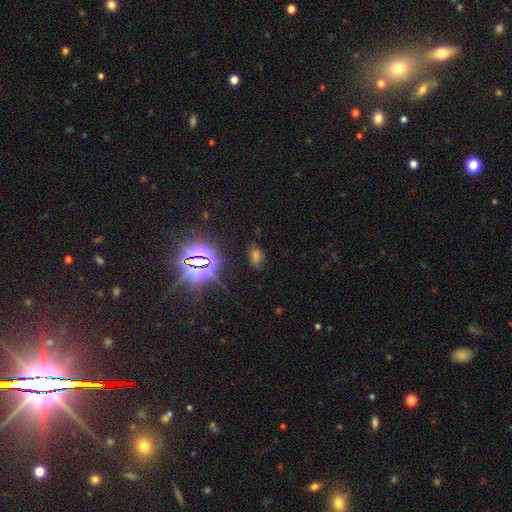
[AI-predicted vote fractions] star or artifact 56%, smooth 32%, featured or disk 12%.